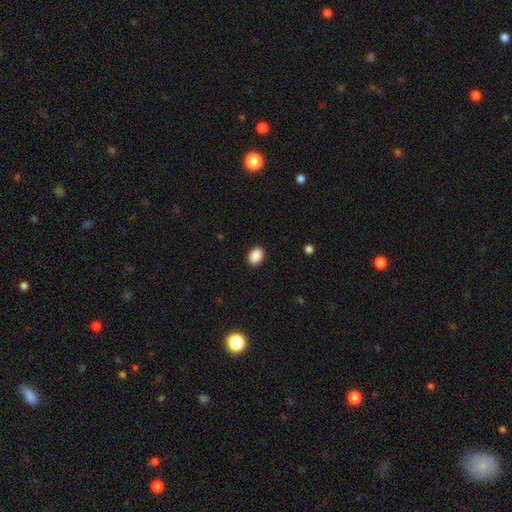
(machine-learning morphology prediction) smooth 89%, star or artifact 8%, featured or disk 2%. Down the decision tree: how rounded — in between (65%); merging — none (90%).